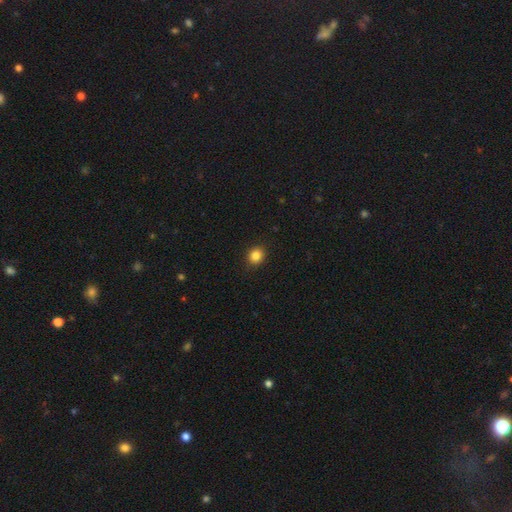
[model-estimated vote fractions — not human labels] The model was most divided on "how rounded": round: 75%, in between: 24%, cigar-shaped: 1%. More confident: merging — none (91%); smooth or featured — smooth (85%).